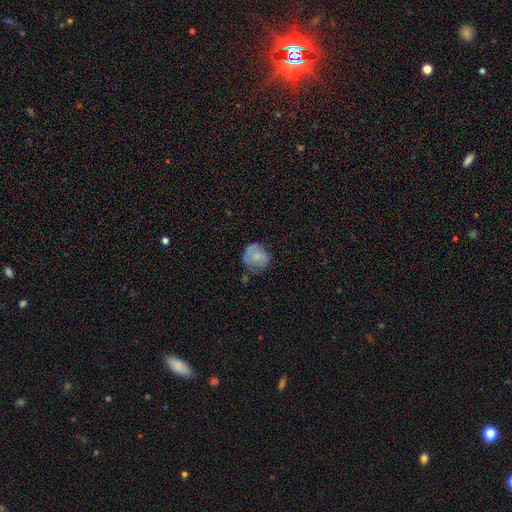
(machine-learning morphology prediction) type=smooth (71%); roundness=round (82%); merging=none (60%).